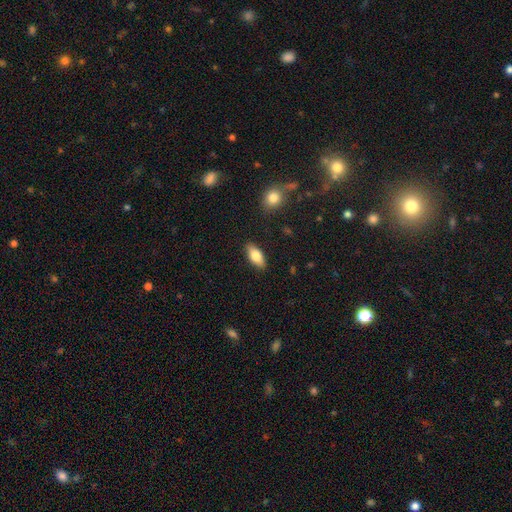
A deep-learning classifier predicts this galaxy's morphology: Smooth or featured: smooth — 80% (featured or disk — 14%)
How rounded: in between — 87% (cigar-shaped — 10%)
Merging: none — 88% (minor disturbance — 9%)